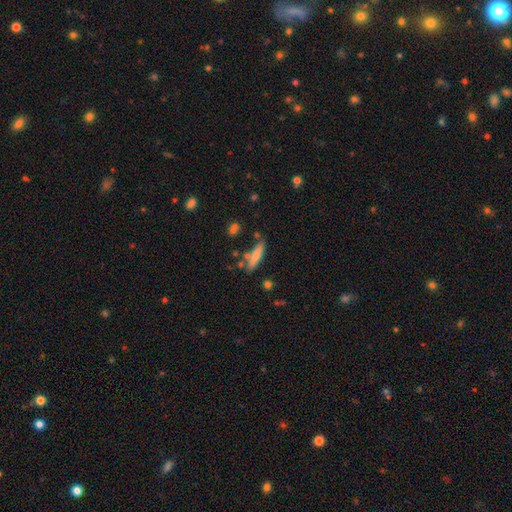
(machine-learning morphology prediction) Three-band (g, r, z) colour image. It shows a smooth galaxy with no disk features (72%) that is cigar-shaped (74%). Merging: none (70%).